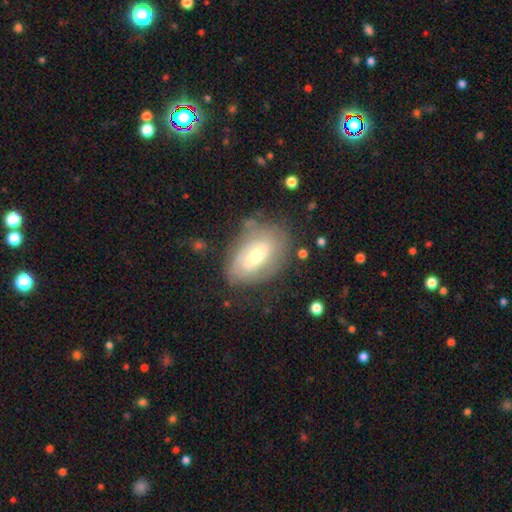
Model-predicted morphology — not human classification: A featured or disk galaxy (66%) with a weak bar (48%), spiral arms (77%) and a moderate central bulge (62%). Merging: none (63%).